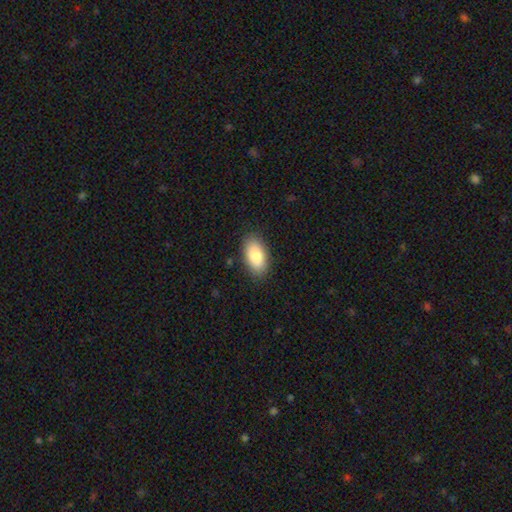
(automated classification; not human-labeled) A smooth galaxy with no disk features (84%) that is in between round and cigar-shaped (93%). Merging: none (86%).